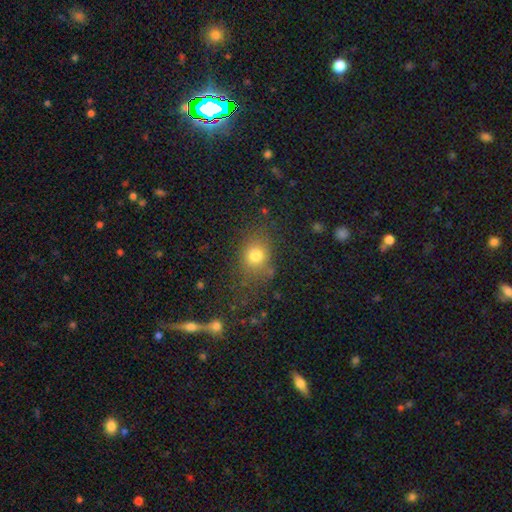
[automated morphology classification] A smooth galaxy with no disk features (75%) that is round (61%). Merging: none (70%).